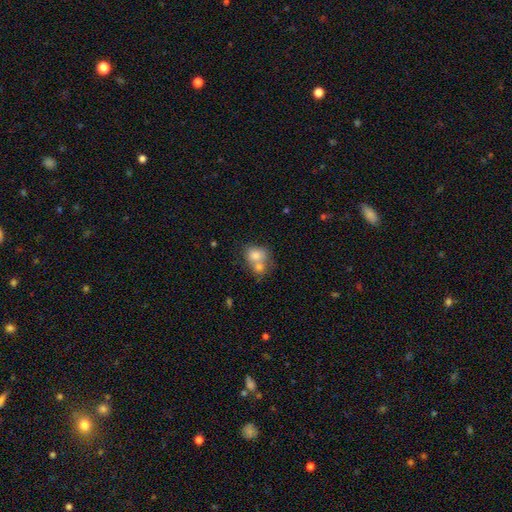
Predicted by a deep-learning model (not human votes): Q: Smooth or featured?
A: smooth (76%); runner-up: featured or disk (15%)
Q: How rounded?
A: round (53%); runner-up: in between (46%)
Q: Merging?
A: merger (60%); runner-up: none (27%)